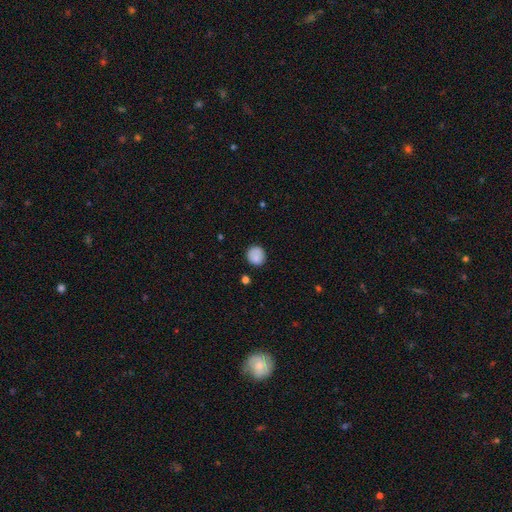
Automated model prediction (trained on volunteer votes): Morphology: type=smooth (84%); roundness=round (91%); merging=none (85%).